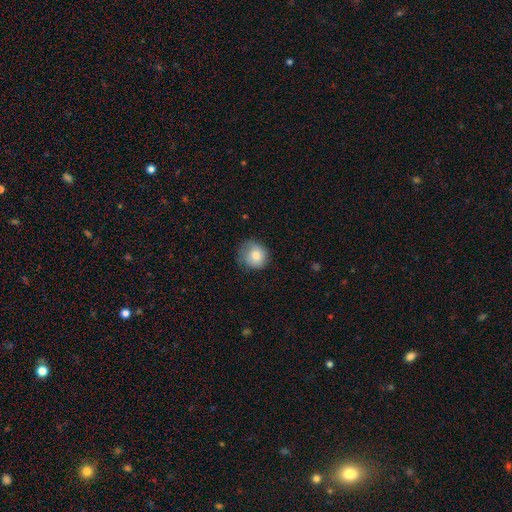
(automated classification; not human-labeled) Smooth or featured?
  - smooth: 82% *
  - featured or disk: 9%
  - star or artifact: 8%
How rounded?
  - round: 86% *
  - in between: 13%
  - cigar-shaped: 1%
Merging?
  - none: 63% *
  - minor disturbance: 28%
  - major disturbance: 8%
  - merger: 1%